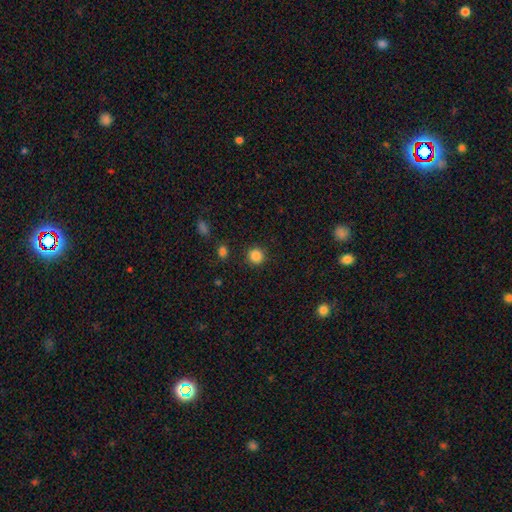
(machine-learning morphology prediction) This appears to be a smooth galaxy with no disk features (86%) that is round (92%). Merging: none (90%).